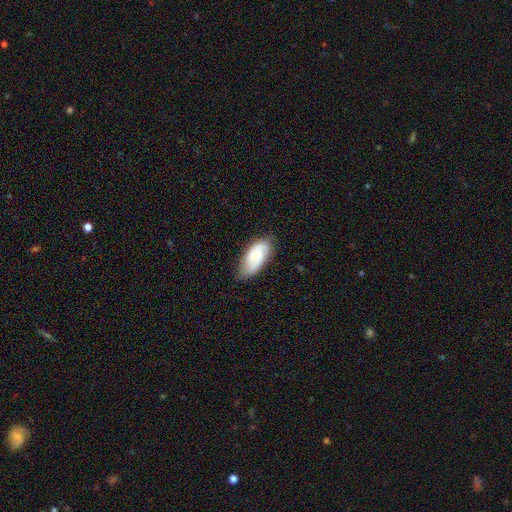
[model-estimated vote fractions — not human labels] The model was most divided on "smooth or featured": featured or disk: 51%, smooth: 42%, star or artifact: 7%. More confident: edge-on disk — no (94%); merging — none (71%).